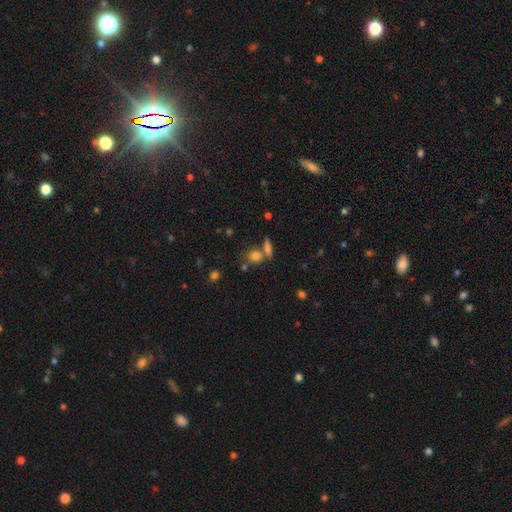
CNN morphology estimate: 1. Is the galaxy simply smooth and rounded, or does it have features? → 78% smooth, 12% star or artifact, 10% featured or disk.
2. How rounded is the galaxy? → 57% round, 38% in between, 6% cigar-shaped.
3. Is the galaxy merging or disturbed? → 56% none, 28% merger, 11% minor disturbance, 4% major disturbance.